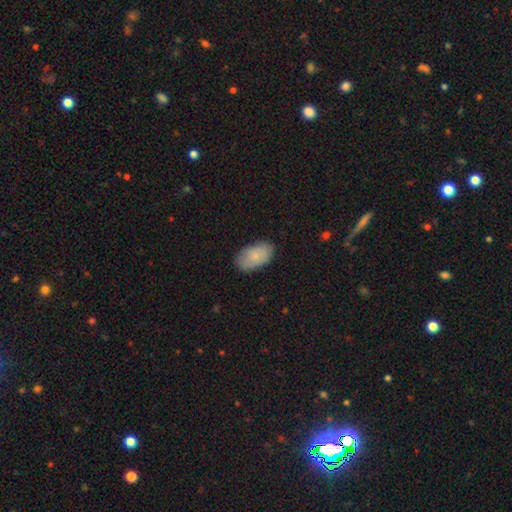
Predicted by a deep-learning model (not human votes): A smooth galaxy with no disk features (82%) that is in between round and cigar-shaped (94%). Merging: none (81%).